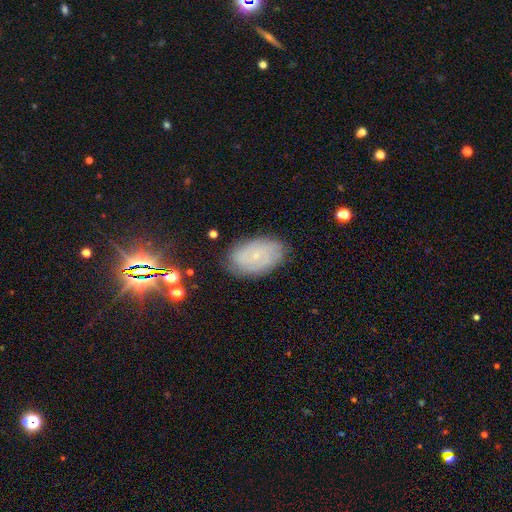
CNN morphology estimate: smooth-or-featured: featured or disk: 53% | smooth: 34% | star or artifact: 13%
  disk-edge-on: no: 94% | yes: 6%
    bar: no: 80% | weak: 17% | strong: 3%
    has-spiral-arms: yes: 81% | no: 19%
    bulge-size: small: 84% | moderate: 9% | none: 5% | large: 1% | dominant: 1%
  merging: none: 81% | minor disturbance: 14% | major disturbance: 4% | merger: 1%